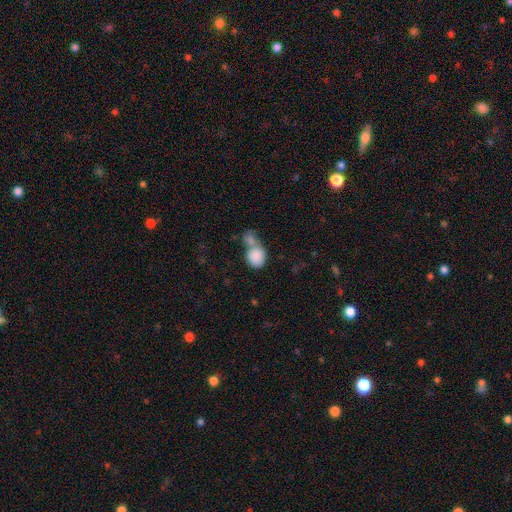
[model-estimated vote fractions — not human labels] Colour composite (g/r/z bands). It shows a smooth galaxy with no disk features (85%) that is round (54%). Merging: merger (61%).